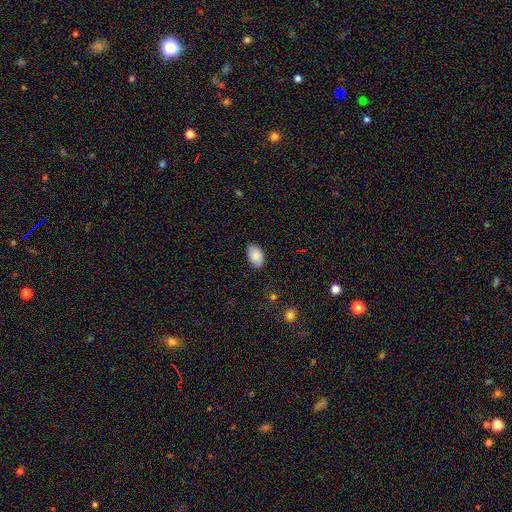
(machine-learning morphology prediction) This is clearly a smooth galaxy (89%). How rounded: clearly in between (92%). Merging: clearly none (86%).